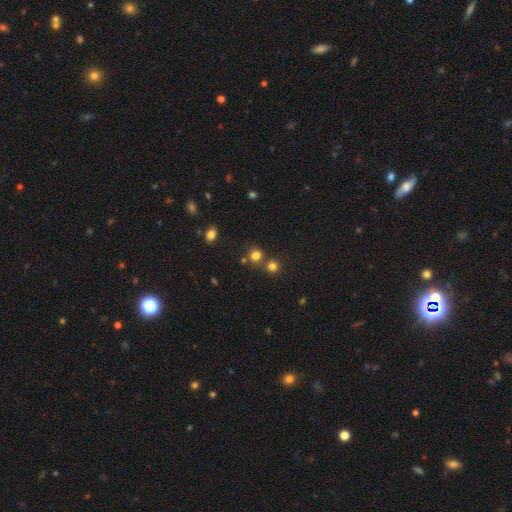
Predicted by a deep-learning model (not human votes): Smooth or featured?
  - smooth: 76% *
  - star or artifact: 18%
  - featured or disk: 7%
How rounded?
  - round: 80% *
  - in between: 19%
  - cigar-shaped: 1%
Merging?
  - none: 62% *
  - merger: 25%
  - minor disturbance: 9%
  - major disturbance: 4%